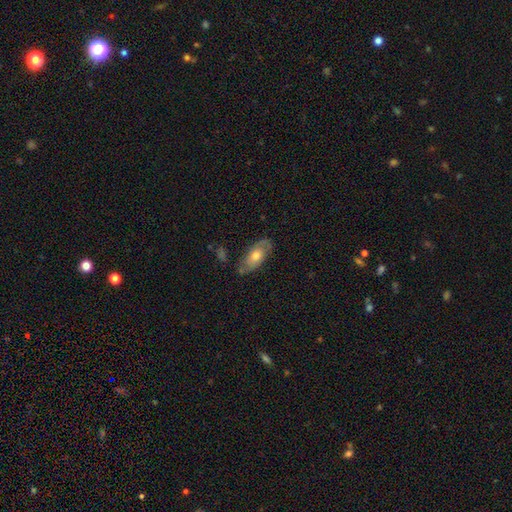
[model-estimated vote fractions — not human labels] Smooth or featured? smooth (49%)
Merging? none (74%)